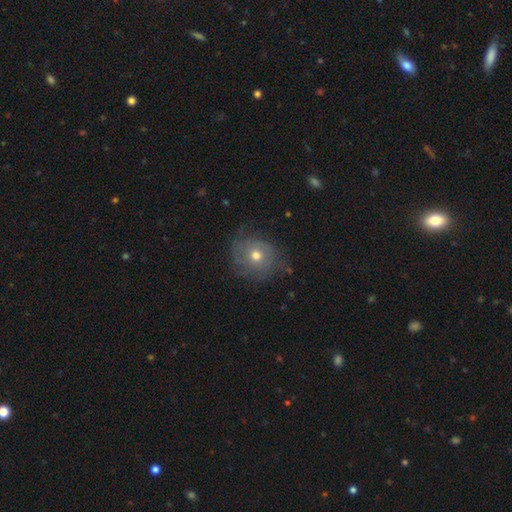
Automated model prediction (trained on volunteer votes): Smooth or featured? smooth (46%)
Merging? none (67%)